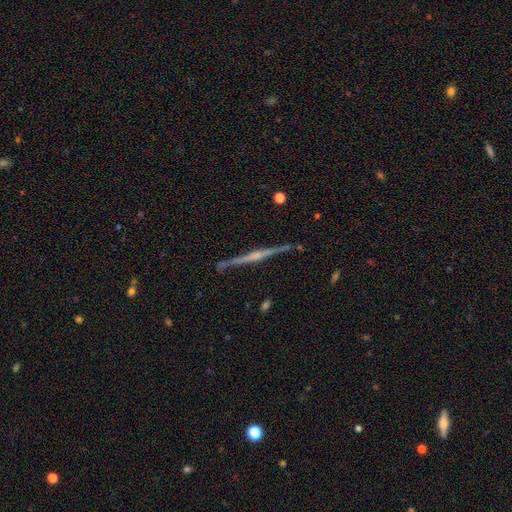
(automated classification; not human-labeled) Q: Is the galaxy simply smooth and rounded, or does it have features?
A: featured or disk — 82%.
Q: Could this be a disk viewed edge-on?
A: yes — 98%.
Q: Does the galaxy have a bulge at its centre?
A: rounded — 60%.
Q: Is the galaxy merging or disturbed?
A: none — 88%.